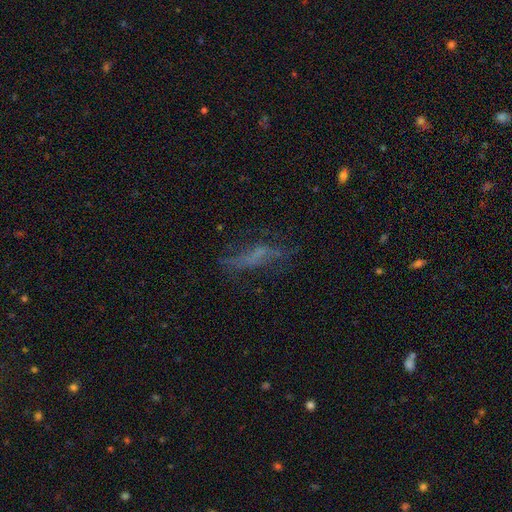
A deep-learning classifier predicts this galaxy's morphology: This is marginally a featured or disk galaxy (40%, tied with smooth). Merging: possibly none (52%).